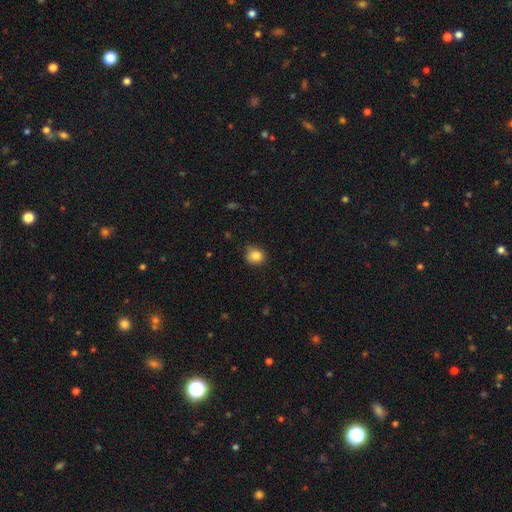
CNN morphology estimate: The model was most divided on "how rounded": round: 78%, in between: 21%, cigar-shaped: 1%. More confident: smooth or featured — smooth (84%); merging — none (77%).